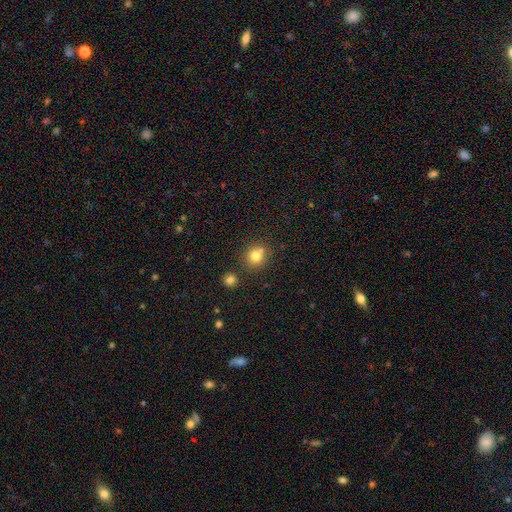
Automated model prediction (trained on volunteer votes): Q: Smooth or featured?
A: smooth (78%); runner-up: star or artifact (13%)
Q: How rounded?
A: round (87%); runner-up: in between (12%)
Q: Merging?
A: none (67%); runner-up: merger (20%)